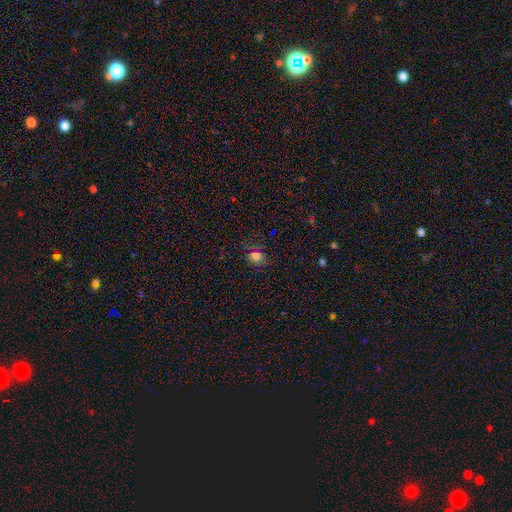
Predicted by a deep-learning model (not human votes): Overall: smooth (74%). How rounded: round (71%). Merging: none (80%).